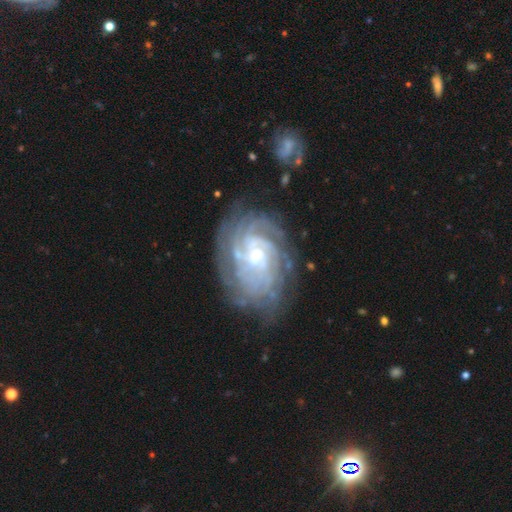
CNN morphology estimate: featured or disk 88%, smooth 6%, star or artifact 6%. Down the decision tree: edge-on disk — no (97%); bar — no (59%); spiral arms — yes (97%); spiral arm count — can't tell (27%); spiral winding — tight (77%); bulge size — small (65%); merging — none (74%).